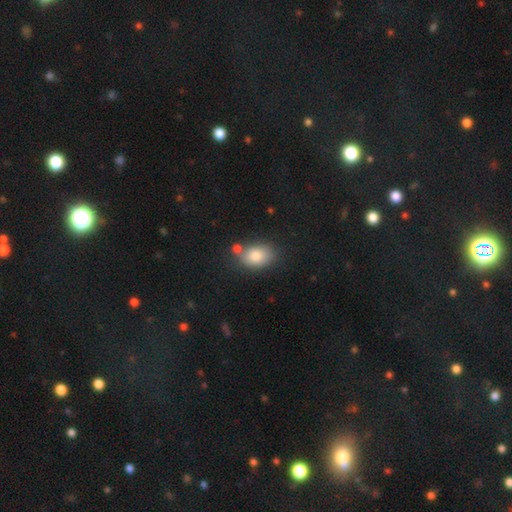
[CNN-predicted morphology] A smooth galaxy with no disk features (81%) that is in between round and cigar-shaped (82%).

Vote fractions:
- Smooth or featured? smooth: 81% / featured or disk: 10% / star or artifact: 8%
- How rounded? in between: 82% / round: 17% / cigar-shaped: 1%
- Merging? none: 64% / minor disturbance: 17% / merger: 15% / major disturbance: 4%